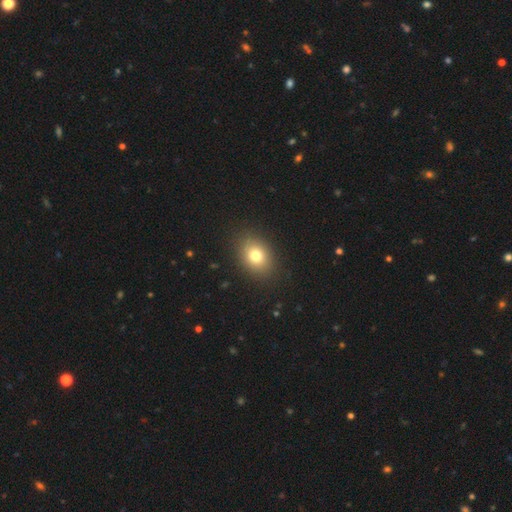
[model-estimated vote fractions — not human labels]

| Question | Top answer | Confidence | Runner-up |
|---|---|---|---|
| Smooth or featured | smooth | 78% | star or artifact (12%) |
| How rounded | in between | 61% | round (38%) |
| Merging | none | 88% | minor disturbance (8%) |